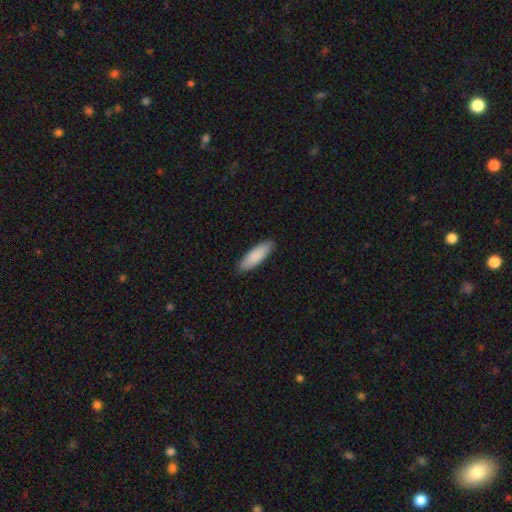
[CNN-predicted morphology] smooth-or-featured: smooth: 88% | featured or disk: 7% | star or artifact: 5%
  how-rounded: in between: 58% | cigar-shaped: 41% | round: 1%
  merging: none: 87% | minor disturbance: 10% | major disturbance: 2% | merger: 1%